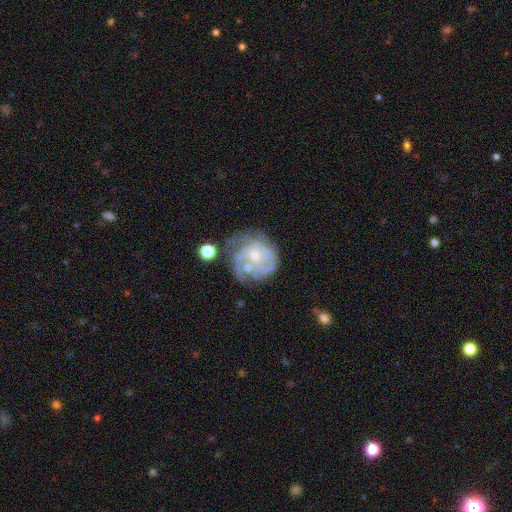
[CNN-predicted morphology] Q: Smooth or featured?
A: featured or disk (75%); runner-up: smooth (17%)
Q: Edge-on disk?
A: no (98%); runner-up: yes (2%)
Q: Bar?
A: no (71%); runner-up: weak (25%)
Q: Spiral arms?
A: yes (81%); runner-up: no (19%)
Q: Spiral winding?
A: tight (54%); runner-up: medium (34%)
Q: Spiral arm count?
A: can't tell (42%); runner-up: 3 (21%)
Q: Bulge size?
A: small (51%); runner-up: moderate (39%)
Q: Merging?
A: none (52%); runner-up: minor disturbance (21%)